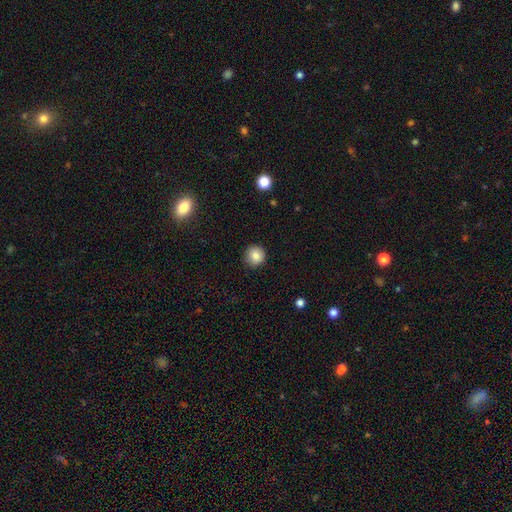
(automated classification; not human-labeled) Q: Smooth or featured?
A: smooth (86%); runner-up: star or artifact (9%)
Q: How rounded?
A: round (93%); runner-up: in between (6%)
Q: Merging?
A: none (90%); runner-up: minor disturbance (7%)